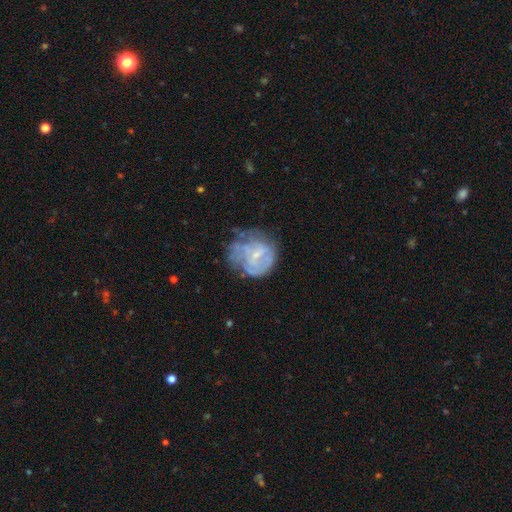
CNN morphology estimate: This is likely a featured or disk galaxy (61%). It is clearly not viewed edge-on (98%). Bar: possibly no (56%). Spiral arm pattern: possibly no (52%). Central bulge: likely small (64%). Merging: marginally none (44%).